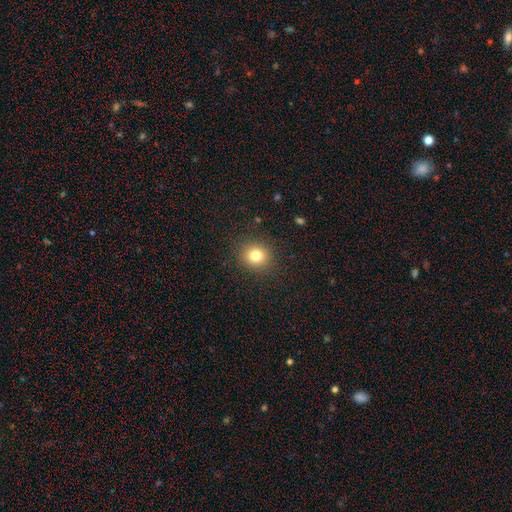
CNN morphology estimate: smooth 80%, star or artifact 13%, featured or disk 7%. Down the decision tree: how rounded — round (85%); merging — none (89%).